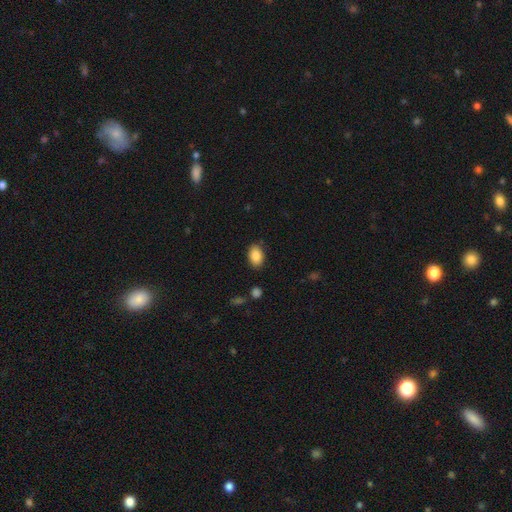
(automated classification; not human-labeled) smooth 87%, star or artifact 7%, featured or disk 6%. Down the decision tree: how rounded — in between (86%); merging — none (85%).